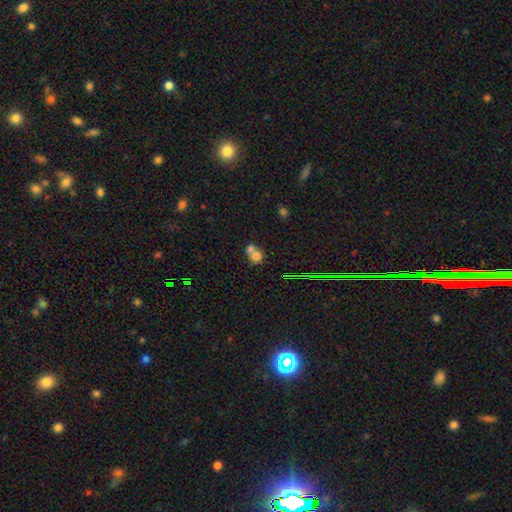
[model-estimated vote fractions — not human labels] Smooth or featured? smooth (70%)
How rounded? round (75%)
Merging? merger (65%)